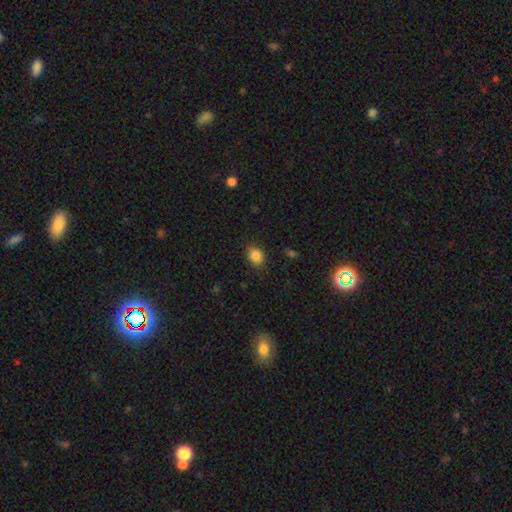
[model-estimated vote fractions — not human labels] The model was most divided on "how rounded": in between: 63%, round: 36%, cigar-shaped: 1%. More confident: smooth or featured — smooth (86%); merging — none (84%).